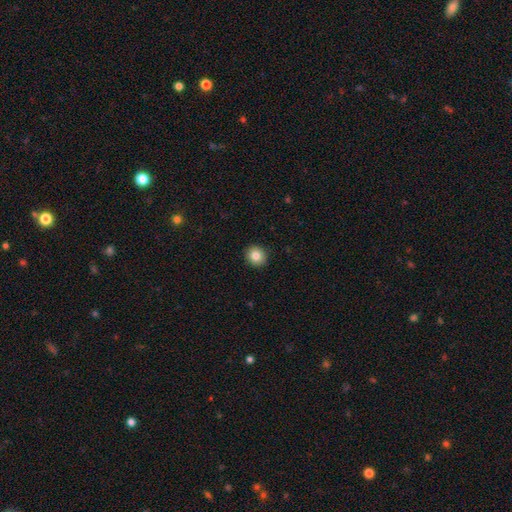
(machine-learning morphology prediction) smooth 83%, star or artifact 9%, featured or disk 7%. Down the decision tree: how rounded — round (86%); merging — none (92%).